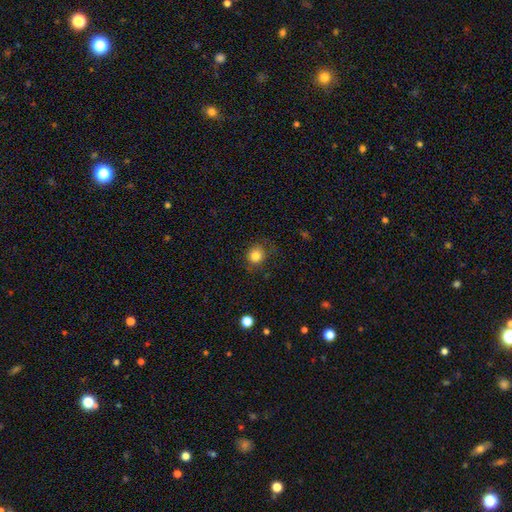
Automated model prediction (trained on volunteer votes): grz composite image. It shows a smooth galaxy with no disk features (82%) that is round (85%). Merging: none (77%).